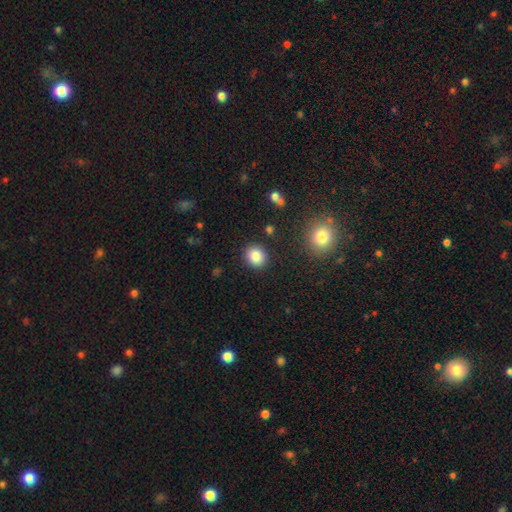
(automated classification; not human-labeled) Smooth or featured: smooth — 85% (star or artifact — 10%)
How rounded: round — 82% (in between — 17%)
Merging: none — 90% (minor disturbance — 6%)